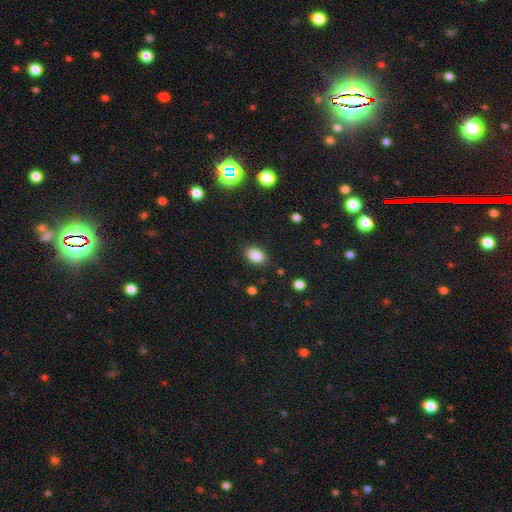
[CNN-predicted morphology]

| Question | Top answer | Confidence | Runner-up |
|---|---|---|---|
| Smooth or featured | smooth | 86% | star or artifact (10%) |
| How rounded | in between | 76% | round (23%) |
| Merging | none | 84% | minor disturbance (11%) |